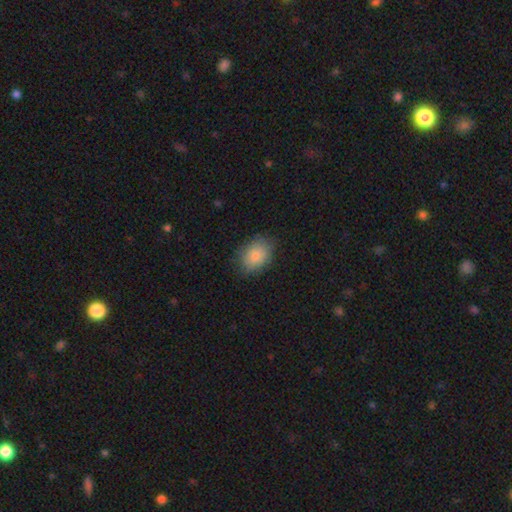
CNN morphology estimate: Smooth or featured: smooth — 82% (featured or disk — 10%)
How rounded: in between — 67% (round — 32%)
Merging: none — 79% (minor disturbance — 16%)